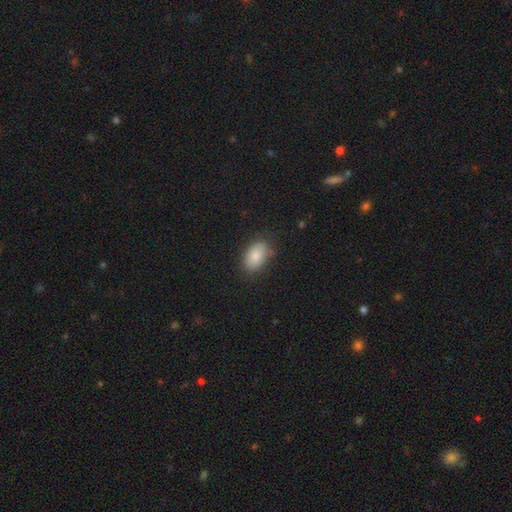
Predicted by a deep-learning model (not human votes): Overall: smooth (82%). How rounded: in between (89%). Merging: none (77%).